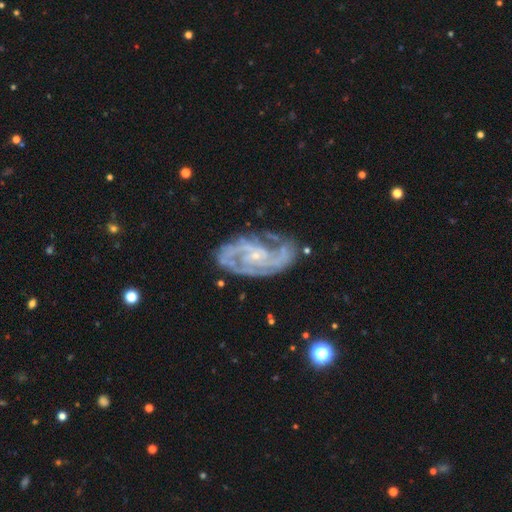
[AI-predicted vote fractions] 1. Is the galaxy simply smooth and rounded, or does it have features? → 89% featured or disk, 6% smooth, 6% star or artifact.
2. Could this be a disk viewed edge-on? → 96% no, 4% yes.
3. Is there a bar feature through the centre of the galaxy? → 58% no, 32% weak, 10% strong.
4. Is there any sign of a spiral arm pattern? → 97% yes, 3% no.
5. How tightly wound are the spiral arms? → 50% tight, 41% medium, 9% loose.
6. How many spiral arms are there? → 51% 2, 19% 3, 15% can't tell, 6% 4, 5% 1, 4% more than 4.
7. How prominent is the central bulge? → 79% small, 14% moderate, 5% none, 1% large, 1% dominant.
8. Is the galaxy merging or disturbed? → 67% none, 21% minor disturbance, 9% major disturbance, 2% merger.